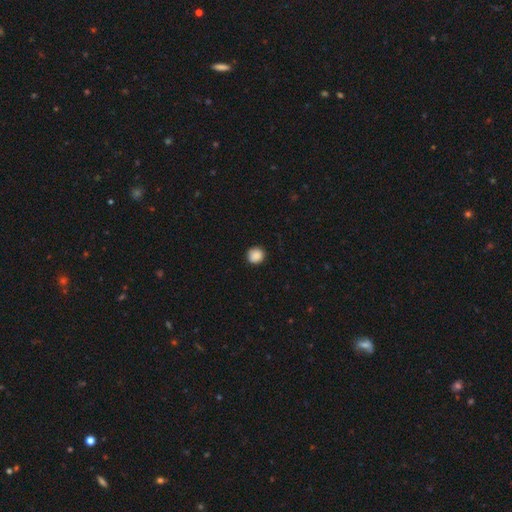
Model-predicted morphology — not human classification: type=smooth (89%); roundness=round (93%); merging=none (89%).